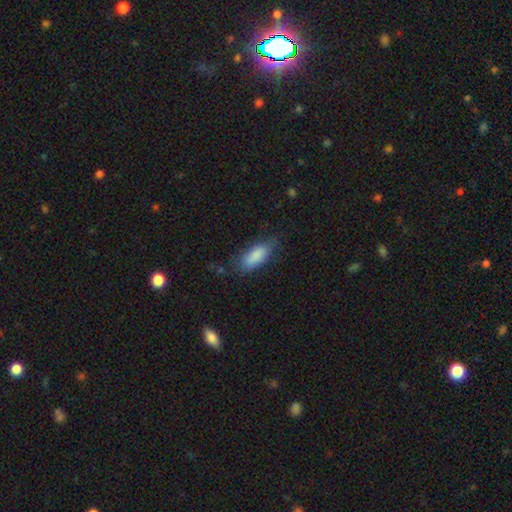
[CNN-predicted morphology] Q: Smooth or featured?
A: smooth (84%); runner-up: featured or disk (10%)
Q: How rounded?
A: in between (77%); runner-up: cigar-shaped (21%)
Q: Merging?
A: none (66%); runner-up: minor disturbance (25%)